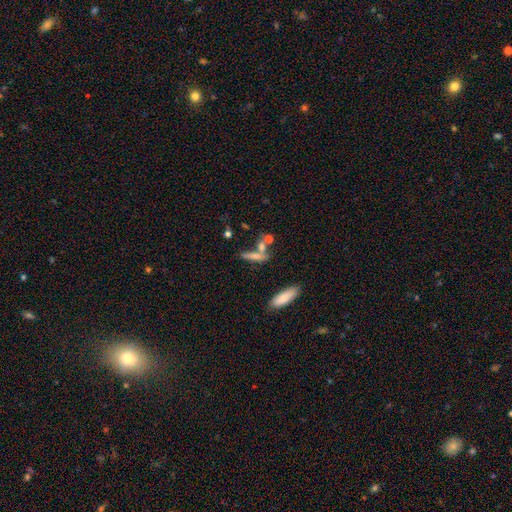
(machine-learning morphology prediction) smooth-or-featured: smooth: 63% | featured or disk: 26% | star or artifact: 11%
  how-rounded: cigar-shaped: 69% | in between: 25% | round: 6%
  merging: none: 48% | merger: 30% | minor disturbance: 14% | major disturbance: 8%